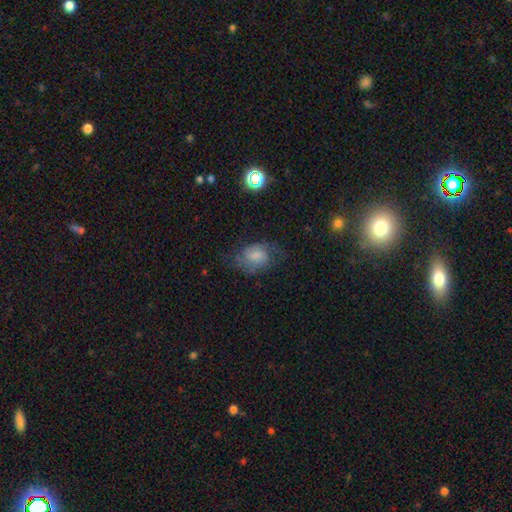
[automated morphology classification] Smooth or featured? Predicted: featured or disk (p=0.48). Merging? Predicted: none (p=0.53).